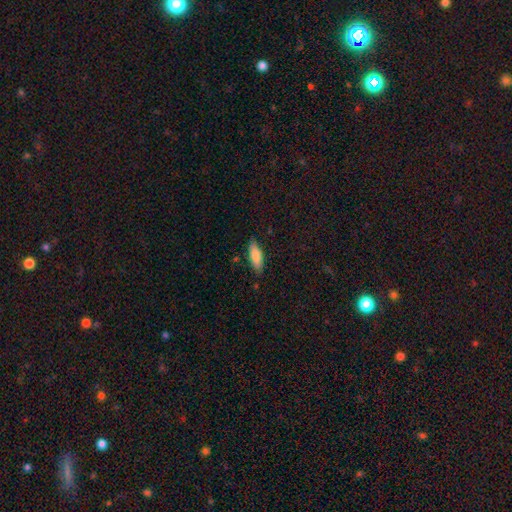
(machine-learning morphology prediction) Overall: smooth (83%). How rounded: in between (62%; cigar-shaped 36%). Merging: none (82%).